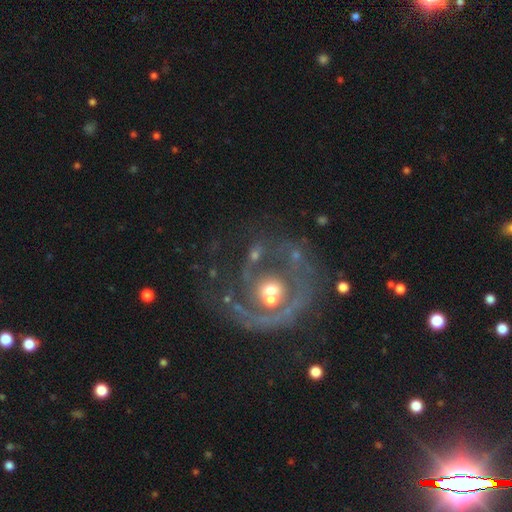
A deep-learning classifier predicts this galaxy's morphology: smooth-or-featured: featured or disk: 78% | smooth: 12% | star or artifact: 10%
  disk-edge-on: no: 97% | yes: 3%
    bar: no: 76% | weak: 17% | strong: 7%
    has-spiral-arms: yes: 62% | no: 38%
    bulge-size: moderate: 62% | small: 23% | large: 9% | none: 4% | dominant: 2%
  merging: none: 50% | major disturbance: 25% | minor disturbance: 16% | merger: 10%